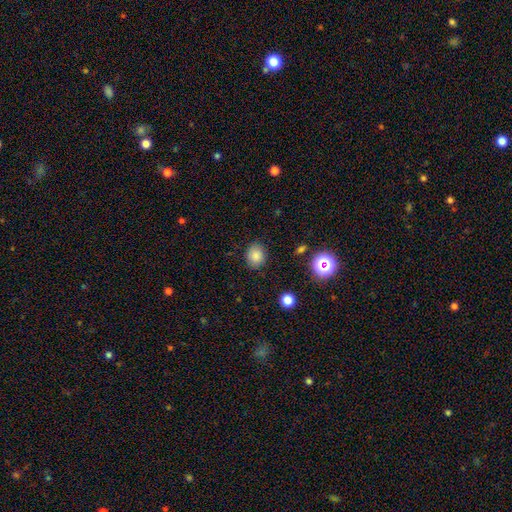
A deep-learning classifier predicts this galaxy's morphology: Q: Smooth or featured?
A: smooth (82%); runner-up: star or artifact (13%)
Q: How rounded?
A: round (64%); runner-up: in between (35%)
Q: Merging?
A: none (85%); runner-up: minor disturbance (10%)